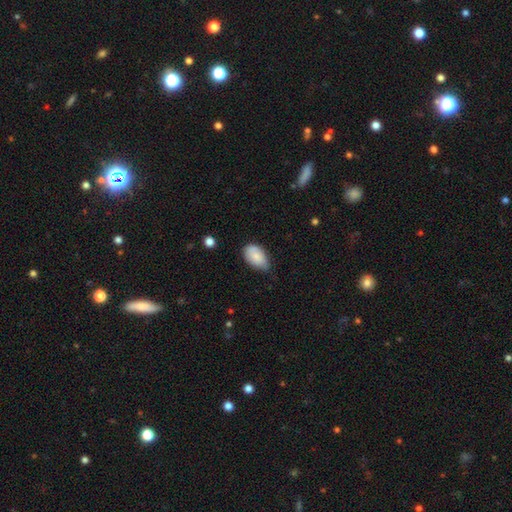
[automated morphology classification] A smooth galaxy with no disk features (80%) that is in between round and cigar-shaped (93%). Merging: none (53%).